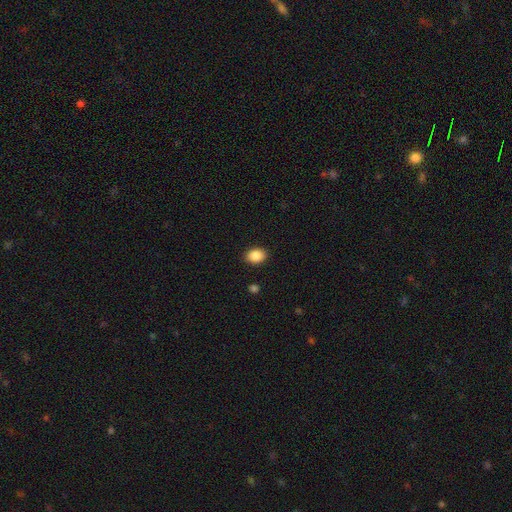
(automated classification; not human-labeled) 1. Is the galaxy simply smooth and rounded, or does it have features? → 88% smooth, 8% star or artifact, 4% featured or disk.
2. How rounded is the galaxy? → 71% in between, 28% round, 1% cigar-shaped.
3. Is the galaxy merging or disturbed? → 90% none, 7% minor disturbance, 2% major disturbance, 1% merger.